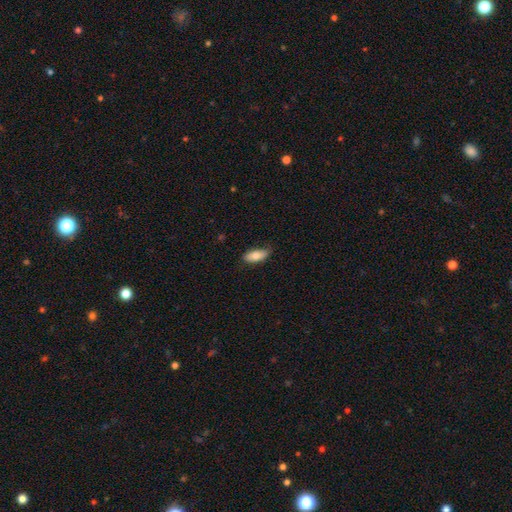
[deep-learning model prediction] smooth 81%, featured or disk 13%, star or artifact 6%. Down the decision tree: how rounded — in between (85%); merging — none (77%).